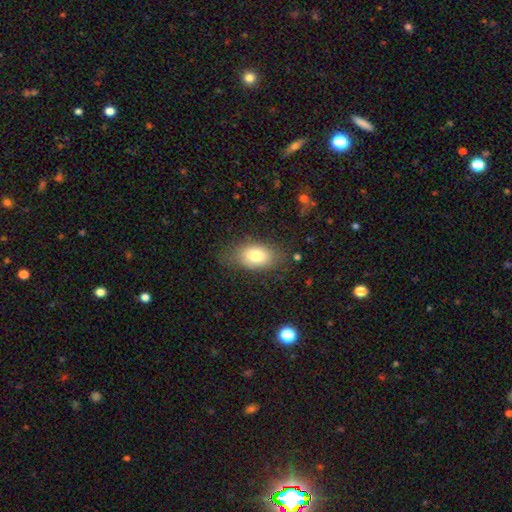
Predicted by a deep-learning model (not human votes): The model was most divided on "merging": none: 72%, minor disturbance: 20%, major disturbance: 6%, merger: 1%. More confident: how rounded — in between (87%); smooth or featured — smooth (78%).